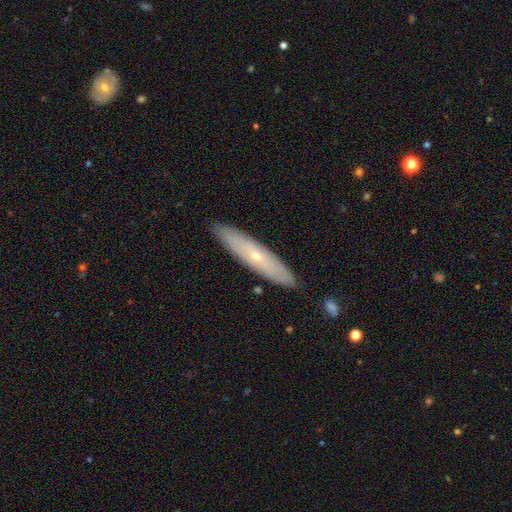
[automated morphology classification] featured or disk 51%, smooth 42%, star or artifact 6%. Down the decision tree: edge-on disk — yes (61%); merging — none (88%).